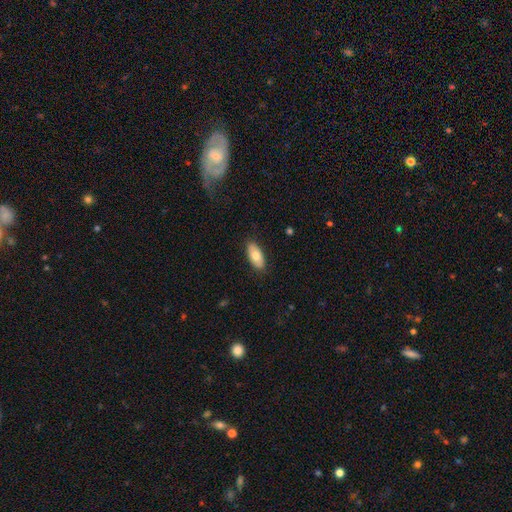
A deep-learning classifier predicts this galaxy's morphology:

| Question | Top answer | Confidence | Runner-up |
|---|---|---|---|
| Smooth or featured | smooth | 75% | featured or disk (19%) |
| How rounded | in between | 91% | cigar-shaped (7%) |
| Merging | none | 86% | minor disturbance (11%) |